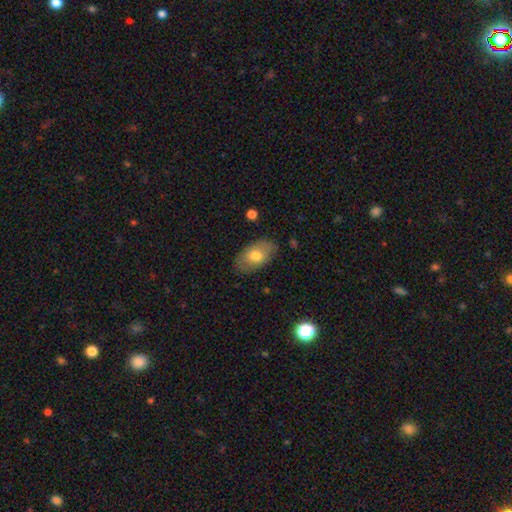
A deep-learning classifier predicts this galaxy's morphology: Overall: smooth (72%). How rounded: in between (92%). Merging: none (79%).